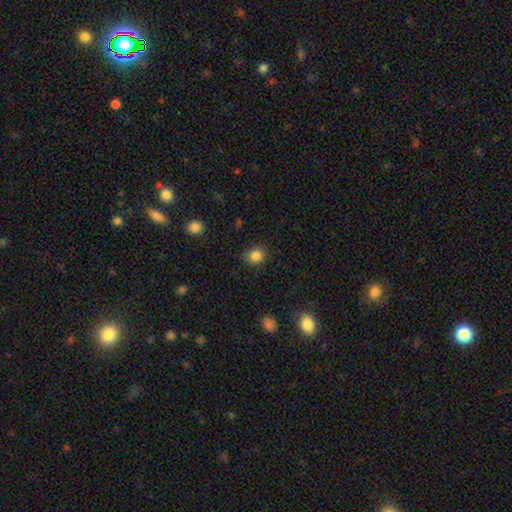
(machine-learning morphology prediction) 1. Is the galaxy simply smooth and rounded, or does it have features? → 85% smooth, 11% star or artifact, 4% featured or disk.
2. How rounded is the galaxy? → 82% round, 17% in between, 1% cigar-shaped.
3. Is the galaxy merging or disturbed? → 86% none, 10% minor disturbance, 3% major disturbance, 1% merger.